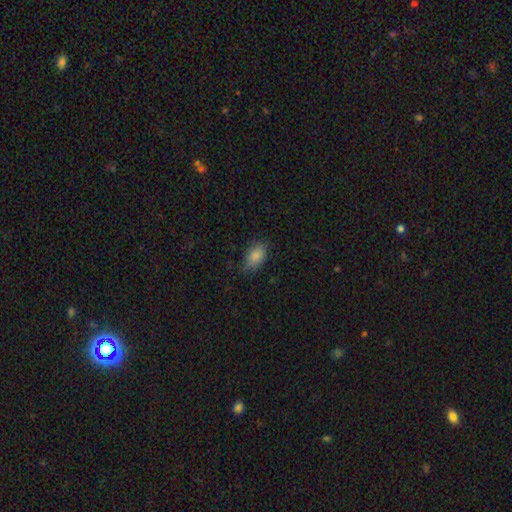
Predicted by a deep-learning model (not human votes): smooth 86%, star or artifact 8%, featured or disk 6%. Down the decision tree: how rounded — in between (89%); merging — none (71%).